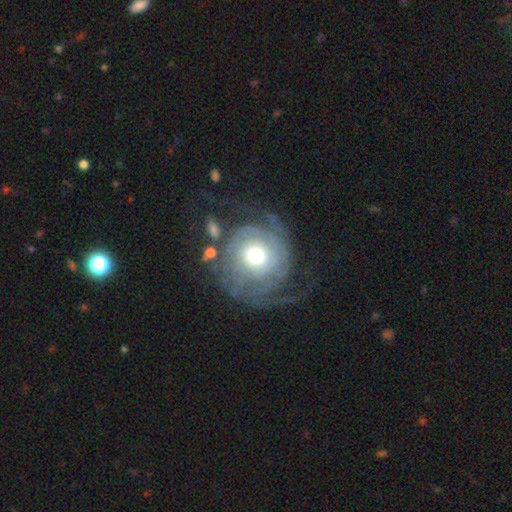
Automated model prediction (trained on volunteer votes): Smooth or featured?
  - featured or disk: 75% *
  - smooth: 19%
  - star or artifact: 6%
Edge-on disk?
  - no: 97% *
  - yes: 3%
Bar?
  - no: 82% *
  - weak: 14%
  - strong: 4%
Spiral arms?
  - yes: 84% *
  - no: 16%
Spiral winding?
  - tight: 55% *
  - medium: 26%
  - loose: 19%
Spiral arm count?
  - 2: 34% *
  - can't tell: 33%
  - 3: 11%
  - 1: 9%
  - 4: 7%
  - more than 4: 6%
Bulge size?
  - moderate: 64% *
  - large: 21%
  - small: 12%
  - dominant: 3%
  - none: 1%
Merging?
  - none: 51% *
  - major disturbance: 28%
  - minor disturbance: 17%
  - merger: 4%